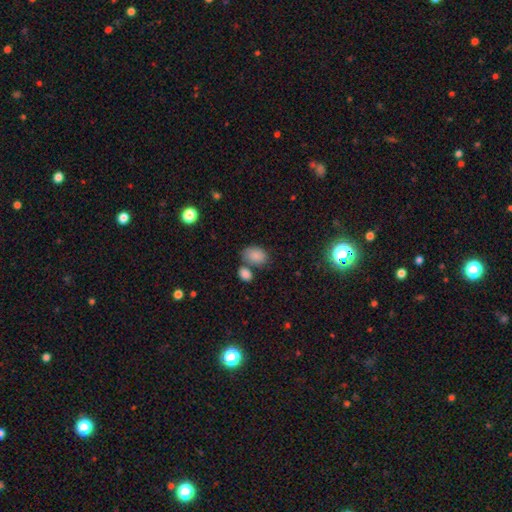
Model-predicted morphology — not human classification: A smooth galaxy with no disk features (84%) that is in between round and cigar-shaped (85%).

Vote fractions:
- Smooth or featured? smooth: 84% / star or artifact: 10% / featured or disk: 6%
- How rounded? in between: 85% / round: 14% / cigar-shaped: 1%
- Merging? none: 56% / merger: 24% / minor disturbance: 15% / major disturbance: 5%